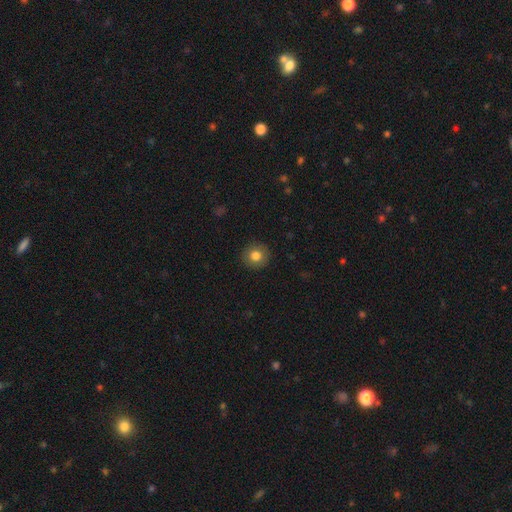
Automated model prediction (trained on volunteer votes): smooth 81%, star or artifact 10%, featured or disk 9%. Down the decision tree: how rounded — round (92%); merging — none (91%).